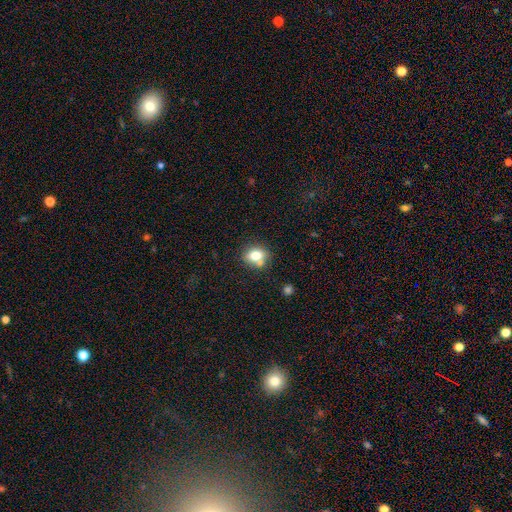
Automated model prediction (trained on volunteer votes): The model was most divided on "how rounded": round: 57%, in between: 42%, cigar-shaped: 1%. More confident: smooth or featured — smooth (77%); merging — none (63%).